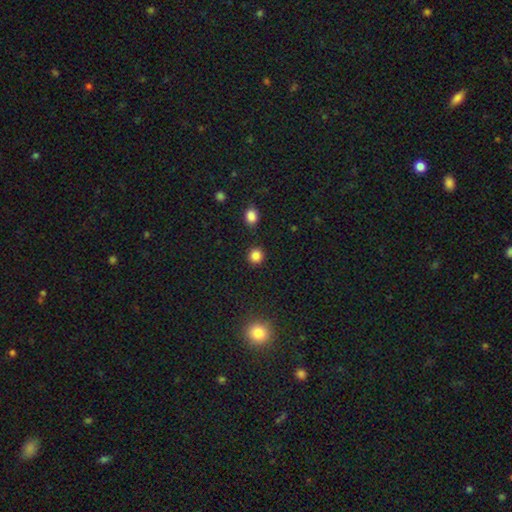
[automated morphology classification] smooth-or-featured: smooth: 85% | star or artifact: 12% | featured or disk: 3%
  how-rounded: round: 92% | in between: 7% | cigar-shaped: 1%
  merging: none: 89% | minor disturbance: 6% | merger: 3% | major disturbance: 2%